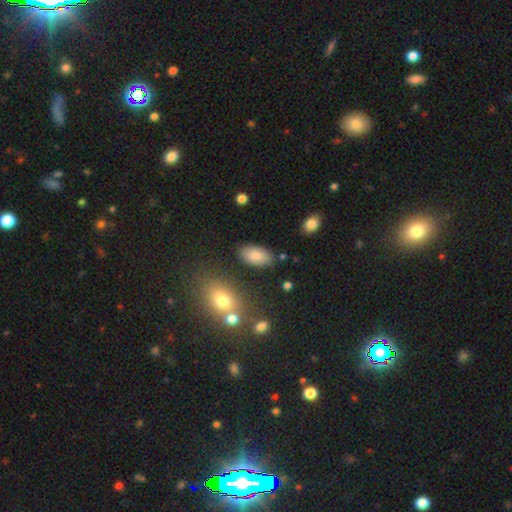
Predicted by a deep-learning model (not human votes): A smooth galaxy with no disk features (84%) that is in between round and cigar-shaped (94%).

Vote fractions:
- Smooth or featured? smooth: 84% / featured or disk: 9% / star or artifact: 8%
- How rounded? in between: 94% / round: 4% / cigar-shaped: 2%
- Merging? none: 81% / minor disturbance: 12% / major disturbance: 3% / merger: 3%